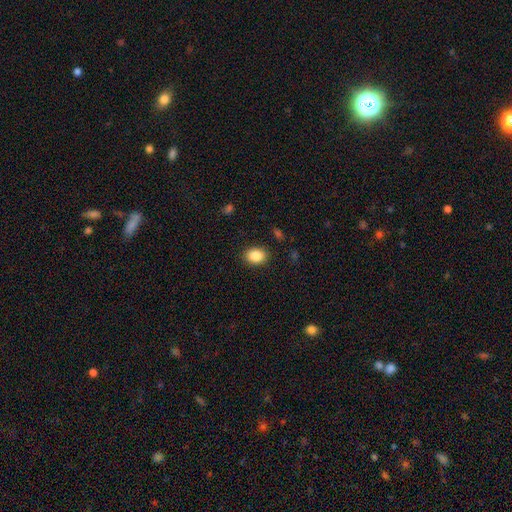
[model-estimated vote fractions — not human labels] Smooth or featured?
  - smooth: 86% *
  - star or artifact: 9%
  - featured or disk: 5%
How rounded?
  - in between: 66% *
  - round: 33%
  - cigar-shaped: 1%
Merging?
  - none: 88% *
  - minor disturbance: 9%
  - major disturbance: 3%
  - merger: 1%